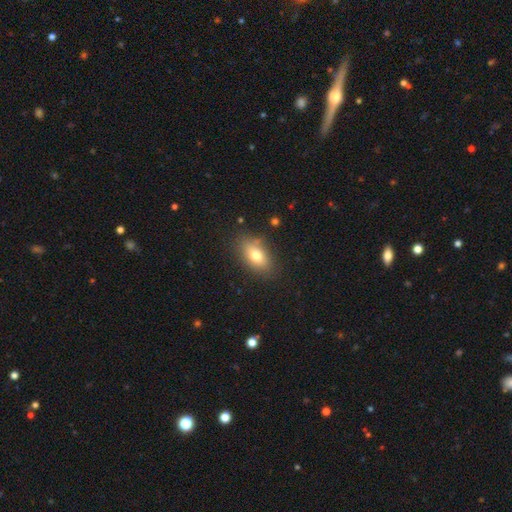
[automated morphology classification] This appears to be a smooth galaxy with no disk features (75%) that is in between round and cigar-shaped (86%). Merging: none (82%).